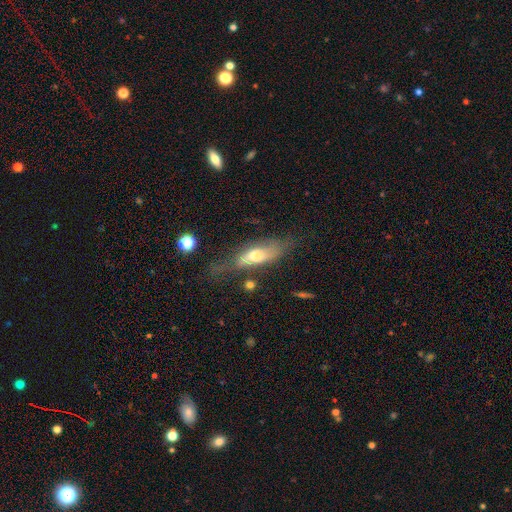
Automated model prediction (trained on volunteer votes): Smooth or featured?
  - smooth: 49% *
  - featured or disk: 44%
  - star or artifact: 8%
Merging?
  - none: 45% *
  - minor disturbance: 29%
  - major disturbance: 20%
  - merger: 5%